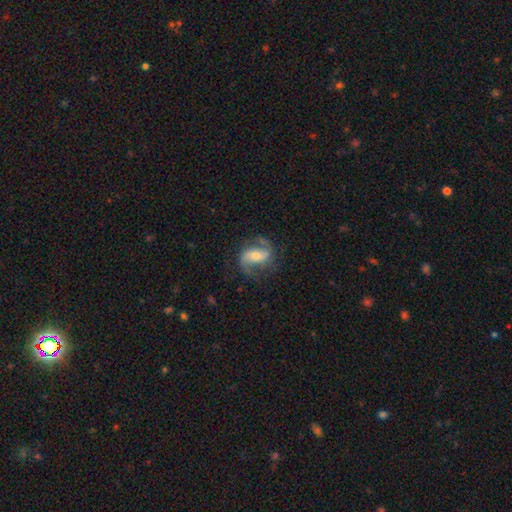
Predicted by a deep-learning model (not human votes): Morphology: type=featured or disk (77%); edge-on=no (96%); bar=strong (34%, tied with weak); spiral arms=yes (93%); winding=loose (45%); arm count=2 (88%); bulge=moderate (49%); merging=none (70%).